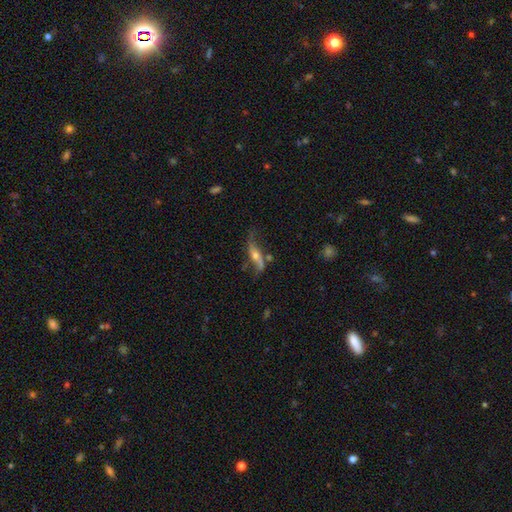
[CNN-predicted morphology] Smooth or featured?
  - featured or disk: 77% *
  - smooth: 15%
  - star or artifact: 8%
Edge-on disk?
  - no: 69% *
  - yes: 31%
Bar?
  - no: 52% *
  - weak: 25%
  - strong: 23%
Spiral arms?
  - yes: 87% *
  - no: 13%
Bulge size?
  - moderate: 53% *
  - small: 39%
  - large: 4%
  - none: 3%
  - dominant: 1%
Merging?
  - none: 57% *
  - minor disturbance: 22%
  - major disturbance: 15%
  - merger: 7%